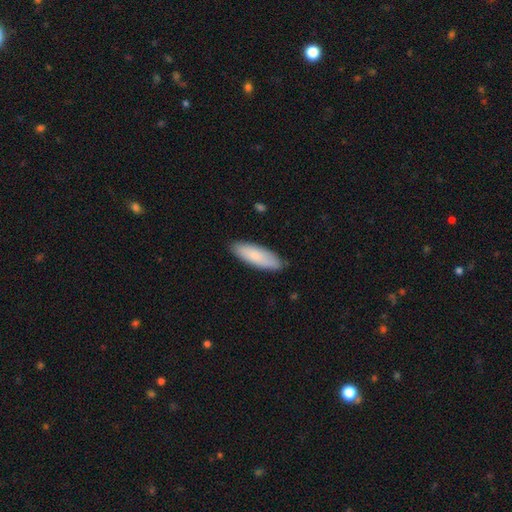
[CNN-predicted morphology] Smooth or featured: smooth — 82% (featured or disk — 13%)
How rounded: in between — 56% (cigar-shaped — 42%)
Merging: none — 86% (minor disturbance — 11%)